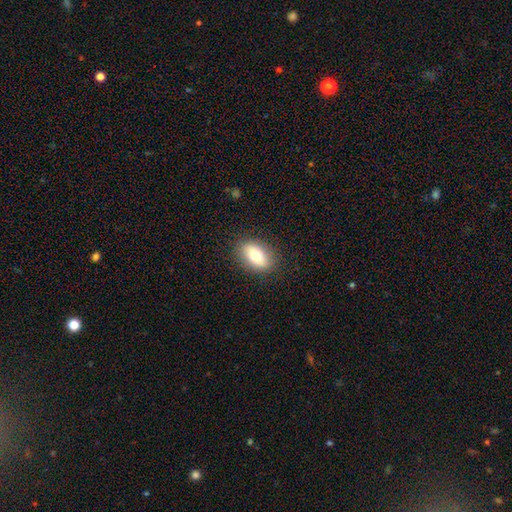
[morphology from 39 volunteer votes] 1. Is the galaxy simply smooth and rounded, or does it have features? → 85% smooth, 10% featured or disk, 5% star or artifact.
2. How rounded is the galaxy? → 91% in between, 9% round, 0% cigar-shaped.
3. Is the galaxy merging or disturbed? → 89% none, 5% minor disturbance, 5% major disturbance, 0% merger.